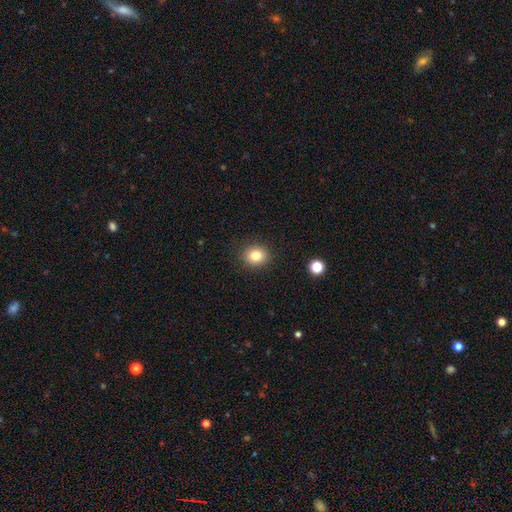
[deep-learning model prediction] Overall: smooth (82%). How rounded: round (67%; in between 32%). Merging: none (89%).